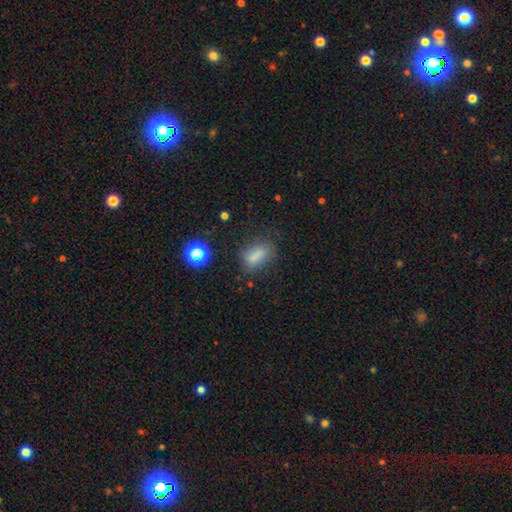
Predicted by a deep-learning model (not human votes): smooth-or-featured: smooth: 75% | star or artifact: 14% | featured or disk: 12%
  how-rounded: in between: 78% | round: 12% | cigar-shaped: 10%
  merging: none: 63% | minor disturbance: 22% | major disturbance: 10% | merger: 4%